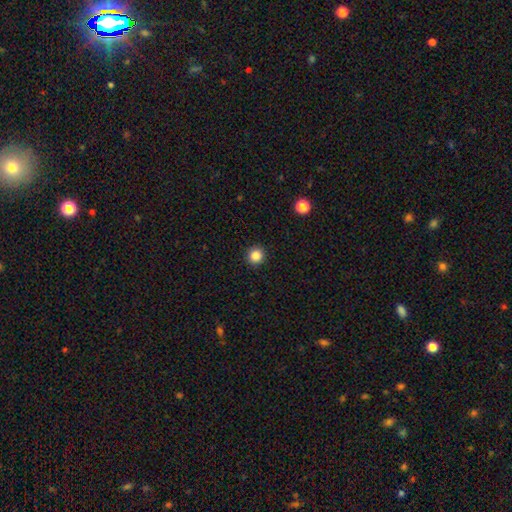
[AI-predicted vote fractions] Morphology: type=smooth (87%); roundness=round (94%); merging=none (92%).